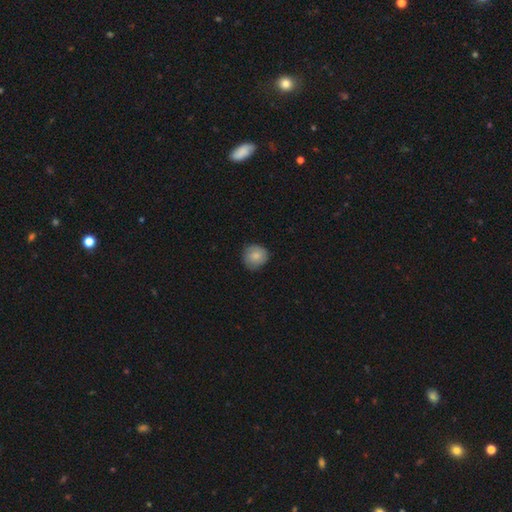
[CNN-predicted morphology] Smooth or featured? Predicted: smooth (p=0.79). How rounded? Predicted: round (p=0.89). Merging? Predicted: none (p=0.79).